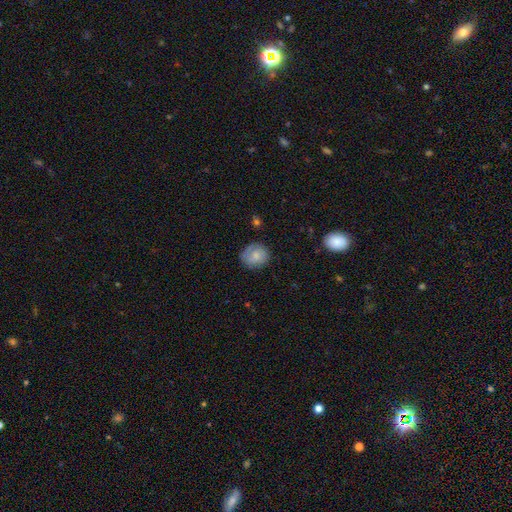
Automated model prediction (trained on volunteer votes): smooth_or_featured: smooth (p=0.70) [alt: featured or disk p=0.23]
how_rounded: round (p=0.79) [alt: in between p=0.20]
merging: none (p=0.75) [alt: minor disturbance p=0.19]